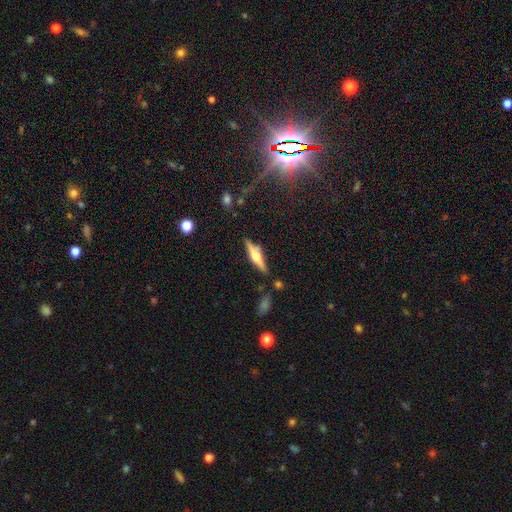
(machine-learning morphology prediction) This appears to be a featured or disk galaxy (64%) viewed edge-on (96%) with a rounded central bulge (88%). Merging: none (83%).